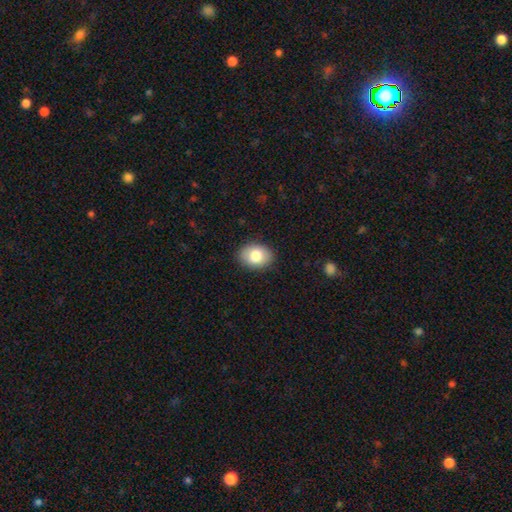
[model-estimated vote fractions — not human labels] Smooth or featured?
  - smooth: 80% *
  - featured or disk: 12%
  - star or artifact: 8%
How rounded?
  - in between: 72% *
  - round: 27%
  - cigar-shaped: 1%
Merging?
  - none: 88% *
  - minor disturbance: 9%
  - major disturbance: 2%
  - merger: 1%